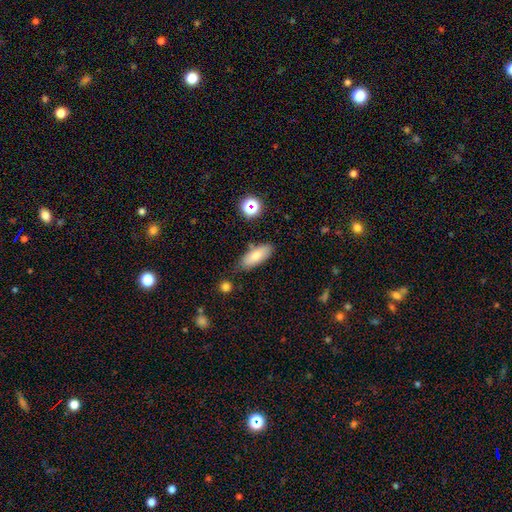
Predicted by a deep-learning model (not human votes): The model was most divided on "how rounded": in between: 74%, cigar-shaped: 23%, round: 3%. More confident: merging — none (79%); smooth or featured — smooth (75%).